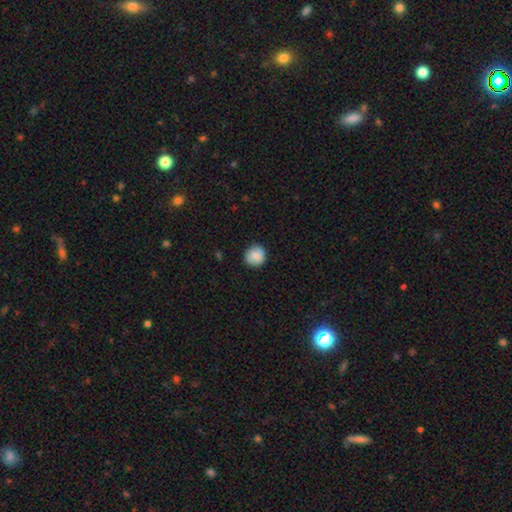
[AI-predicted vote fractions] A smooth galaxy with no disk features (84%) that is round (90%). Merging: none (87%).